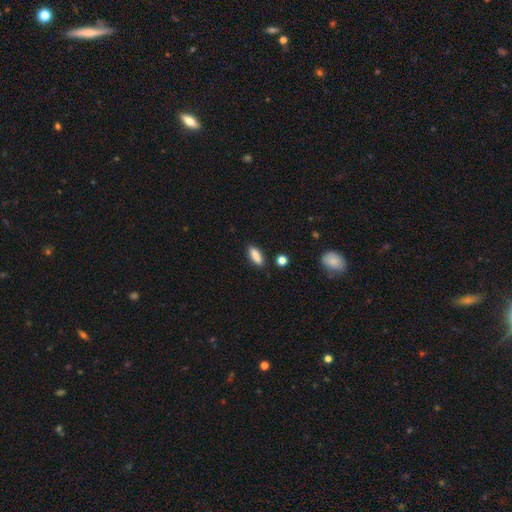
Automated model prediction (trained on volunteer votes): Smooth or featured?
  - smooth: 86% *
  - star or artifact: 7%
  - featured or disk: 6%
How rounded?
  - in between: 65% *
  - cigar-shaped: 32%
  - round: 3%
Merging?
  - none: 84% *
  - minor disturbance: 11%
  - merger: 3%
  - major disturbance: 2%